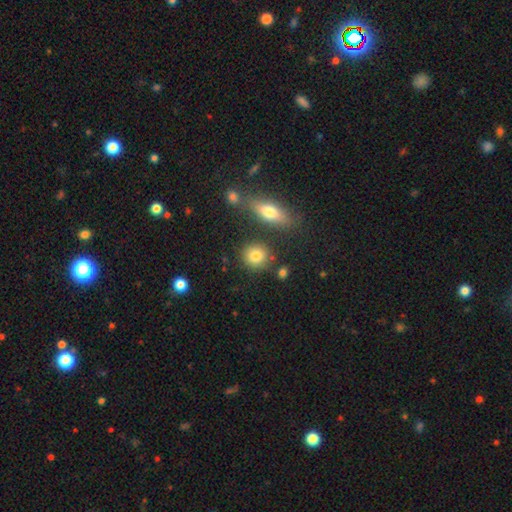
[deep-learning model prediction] A smooth galaxy with no disk features (81%) that is round (82%). Merging: none (79%).